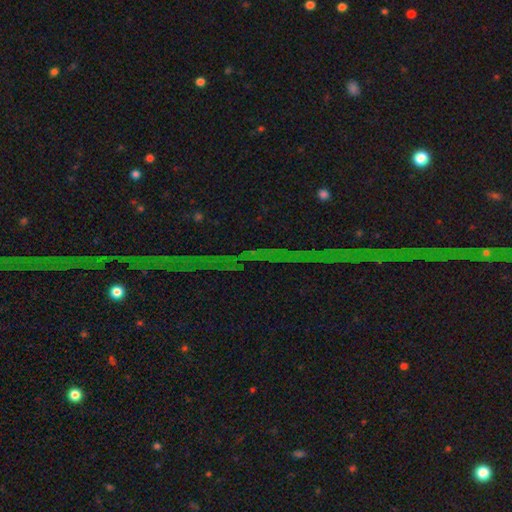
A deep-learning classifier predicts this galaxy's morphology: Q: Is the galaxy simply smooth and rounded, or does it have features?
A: star or artifact — 85%.